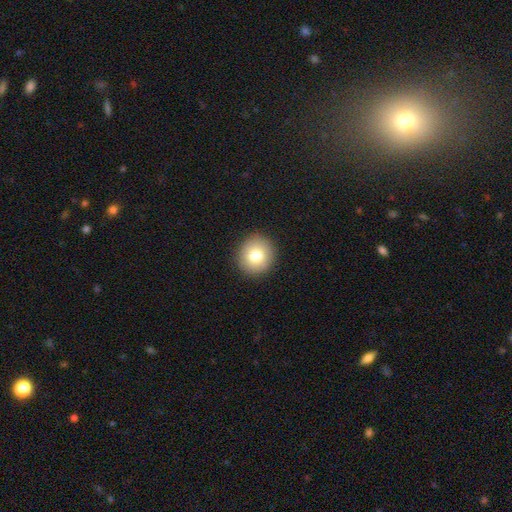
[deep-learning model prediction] This is likely a smooth galaxy (78%). How rounded: clearly round (89%). Merging: clearly none (91%).